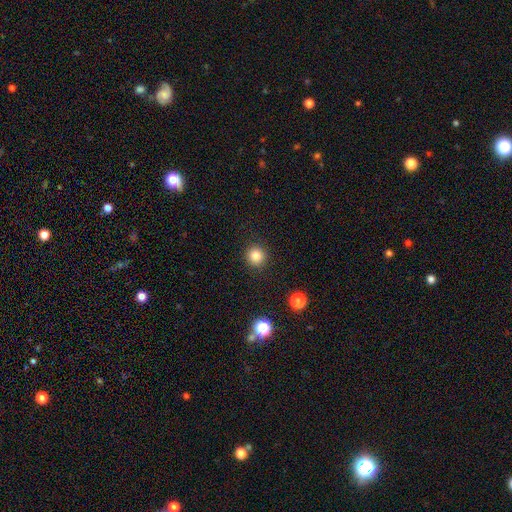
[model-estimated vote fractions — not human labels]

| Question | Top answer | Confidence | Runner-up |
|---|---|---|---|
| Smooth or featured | smooth | 83% | star or artifact (12%) |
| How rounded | round | 94% | in between (5%) |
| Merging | none | 91% | minor disturbance (5%) |